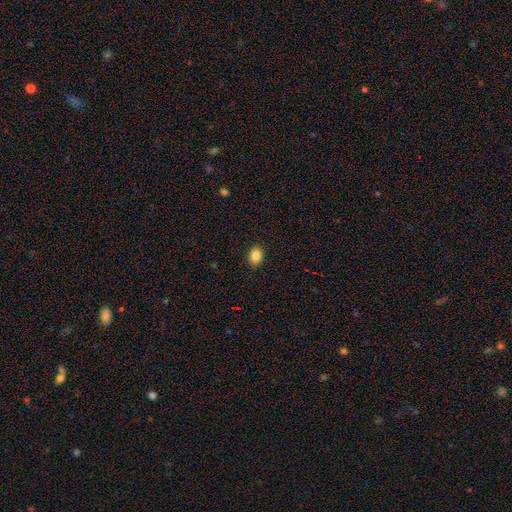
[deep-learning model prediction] smooth_or_featured: smooth (p=0.86) [alt: star or artifact p=0.09]
how_rounded: in between (p=0.66) [alt: round p=0.33]
merging: none (p=0.90) [alt: minor disturbance p=0.07]